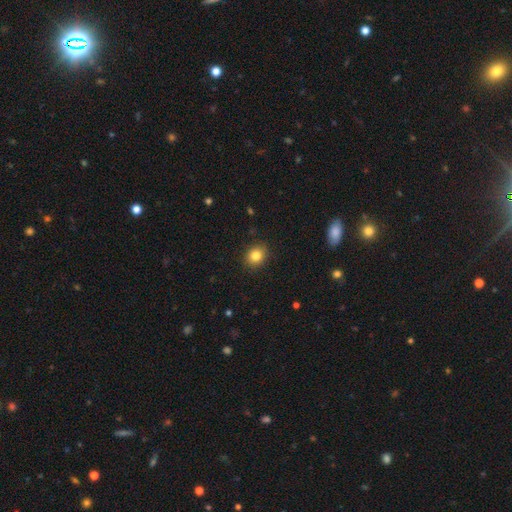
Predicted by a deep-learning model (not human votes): Smooth or featured? Predicted: smooth (p=0.84). How rounded? Predicted: round (p=0.67). Merging? Predicted: none (p=0.90).